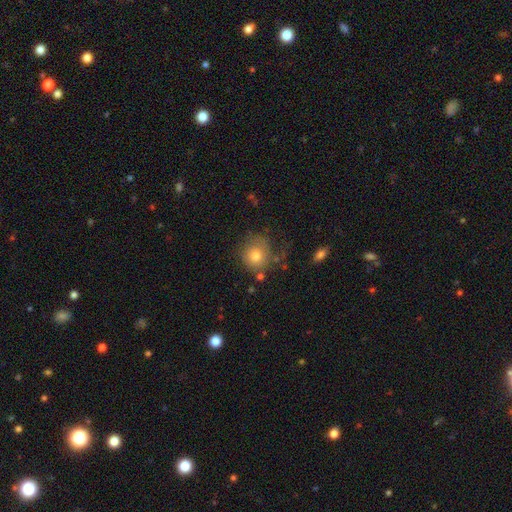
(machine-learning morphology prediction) Q: Smooth or featured?
A: smooth (77%); runner-up: featured or disk (13%)
Q: How rounded?
A: round (84%); runner-up: in between (15%)
Q: Merging?
A: none (61%); runner-up: minor disturbance (22%)